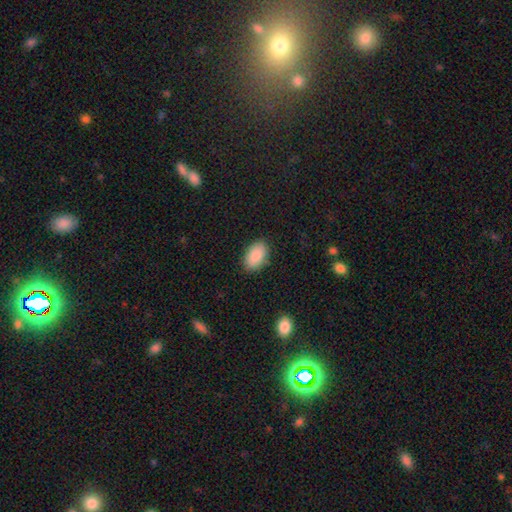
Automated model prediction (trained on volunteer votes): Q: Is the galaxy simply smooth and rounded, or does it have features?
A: smooth — 89%.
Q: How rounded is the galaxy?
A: in between — 93%.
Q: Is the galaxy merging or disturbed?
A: none — 86%.